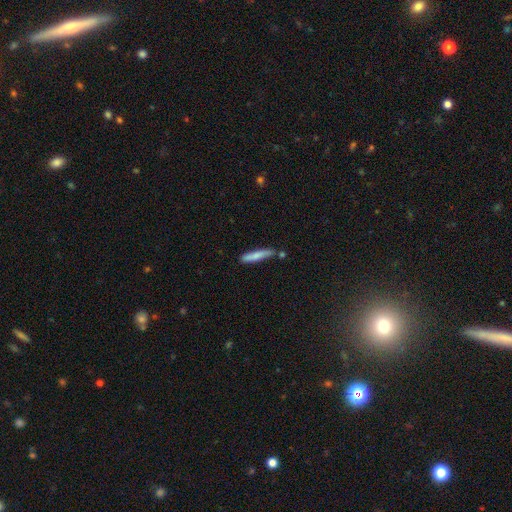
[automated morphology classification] A smooth galaxy with no disk features (76%) that is cigar-shaped (91%).

Vote fractions:
- Smooth or featured? smooth: 76% / featured or disk: 18% / star or artifact: 6%
- How rounded? cigar-shaped: 91% / in between: 8% / round: 1%
- Merging? none: 72% / minor disturbance: 17% / merger: 8% / major disturbance: 3%